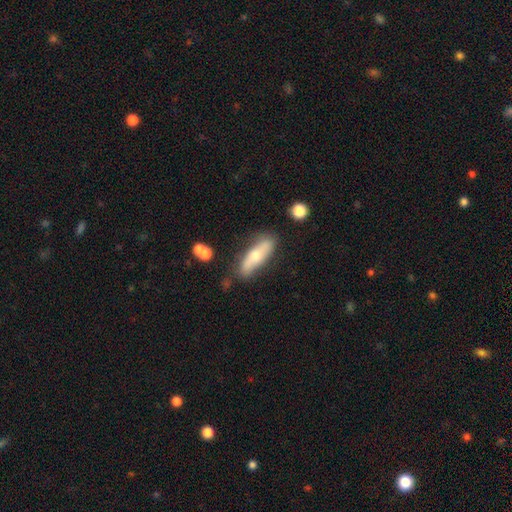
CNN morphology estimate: Q: Smooth or featured?
A: smooth (53%); runner-up: featured or disk (41%)
Q: How rounded?
A: cigar-shaped (50%); runner-up: in between (48%)
Q: Merging?
A: none (74%); runner-up: minor disturbance (17%)